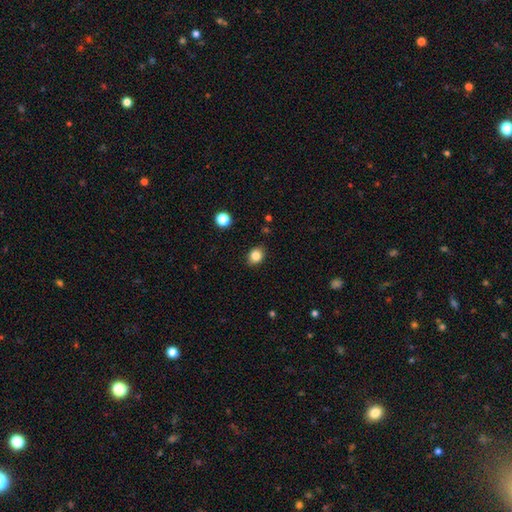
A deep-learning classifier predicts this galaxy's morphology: Smooth or featured?
  - smooth: 83% *
  - star or artifact: 11%
  - featured or disk: 6%
How rounded?
  - in between: 50% *
  - round: 49%
  - cigar-shaped: 1%
Merging?
  - none: 88% *
  - minor disturbance: 9%
  - major disturbance: 2%
  - merger: 1%